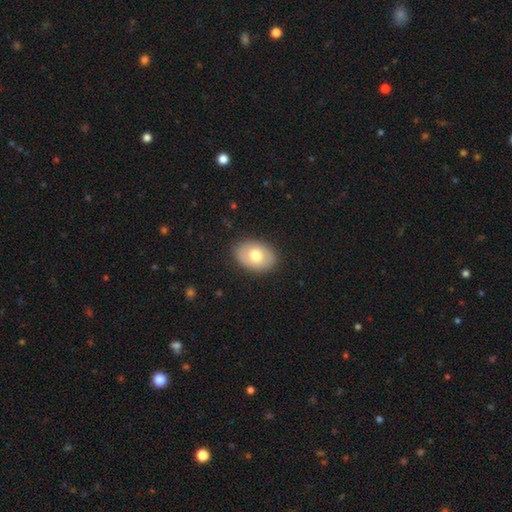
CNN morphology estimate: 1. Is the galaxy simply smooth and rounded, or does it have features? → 69% smooth, 25% featured or disk, 7% star or artifact.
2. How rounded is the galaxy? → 80% in between, 19% round, 1% cigar-shaped.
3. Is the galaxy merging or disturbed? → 86% none, 10% minor disturbance, 3% major disturbance, 1% merger.